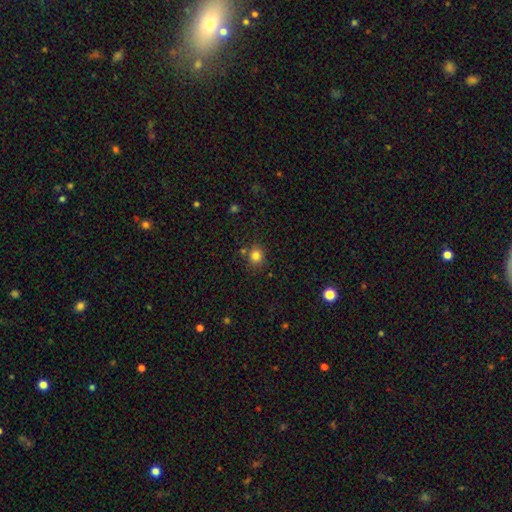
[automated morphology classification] Overall: smooth (82%). How rounded: round (80%). Merging: none (79%).